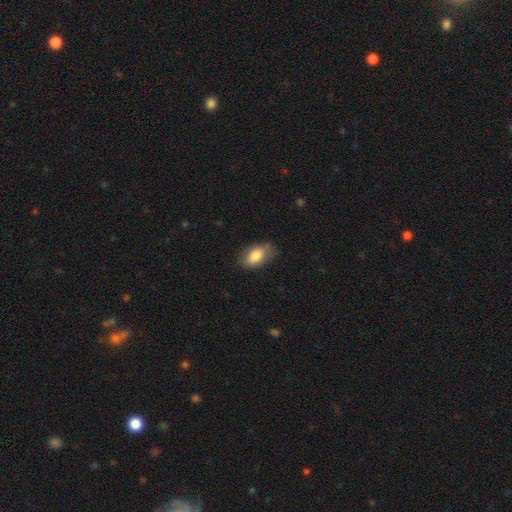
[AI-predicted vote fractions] smooth 82%, featured or disk 11%, star or artifact 7%. Down the decision tree: how rounded — in between (91%); merging — none (72%).